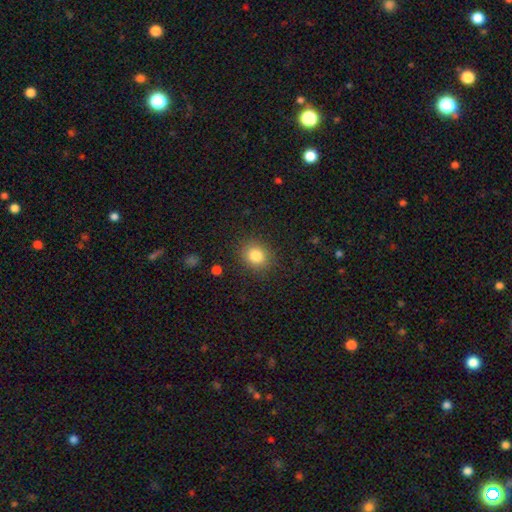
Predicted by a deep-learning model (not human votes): This is clearly a smooth galaxy (82%). How rounded: likely round (74%). Merging: clearly none (87%).